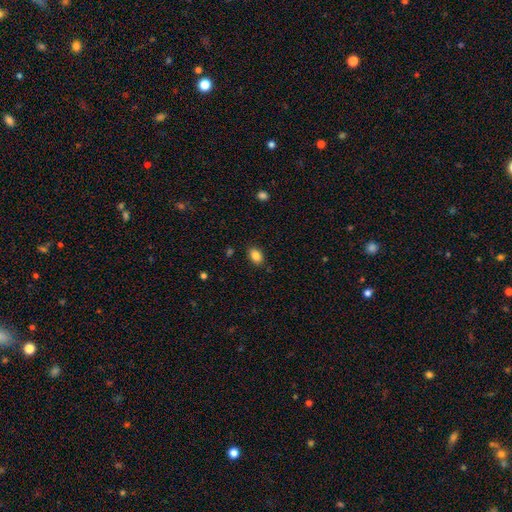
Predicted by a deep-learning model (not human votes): The model was most divided on "how rounded": in between: 81%, round: 18%, cigar-shaped: 1%. More confident: merging — none (87%); smooth or featured — smooth (86%).